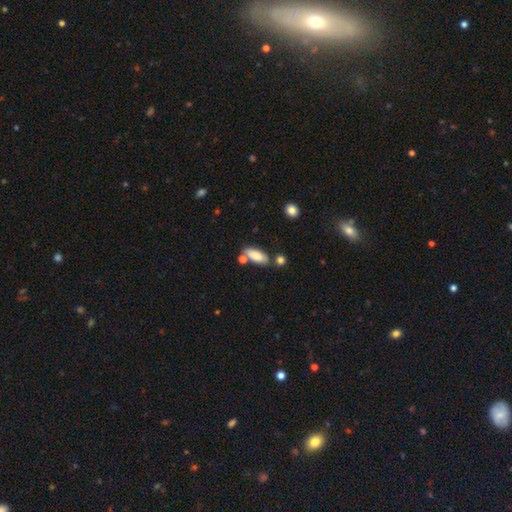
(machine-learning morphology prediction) A smooth galaxy with no disk features (80%) that is in between round and cigar-shaped (77%). Merging: none (68%).